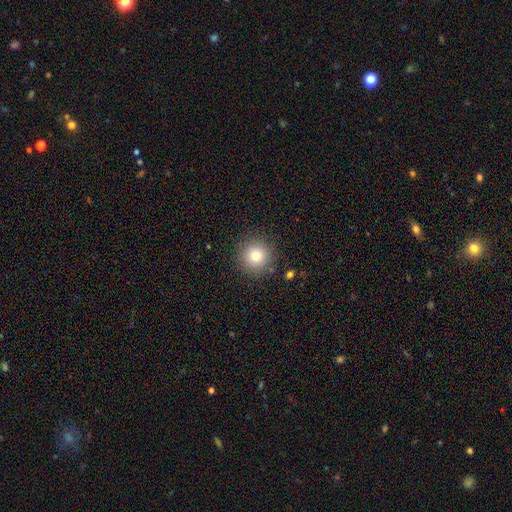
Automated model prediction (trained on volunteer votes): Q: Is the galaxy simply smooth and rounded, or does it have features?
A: smooth — 78%.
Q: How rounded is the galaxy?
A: round — 95%.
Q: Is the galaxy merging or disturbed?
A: none — 88%.